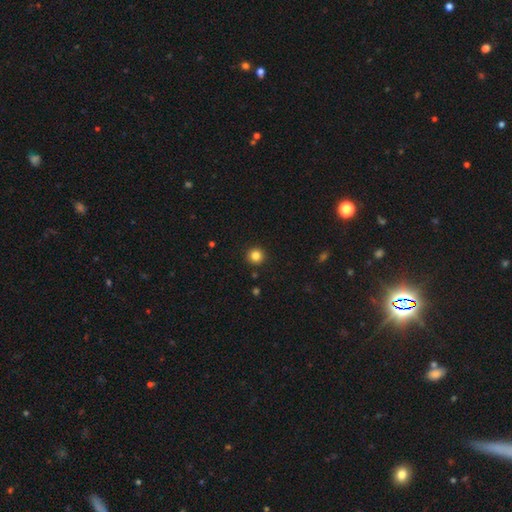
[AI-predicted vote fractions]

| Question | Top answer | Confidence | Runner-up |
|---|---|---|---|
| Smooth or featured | smooth | 83% | star or artifact (12%) |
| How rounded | round | 95% | in between (4%) |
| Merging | none | 93% | minor disturbance (5%) |